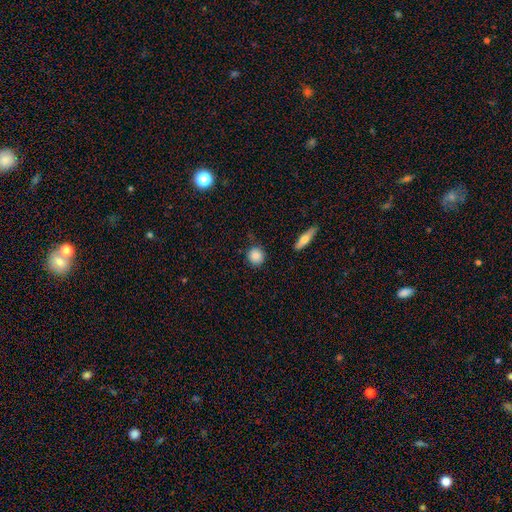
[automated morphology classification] Smooth or featured? Predicted: smooth (p=0.85). How rounded? Predicted: round (p=0.87). Merging? Predicted: none (p=0.82).